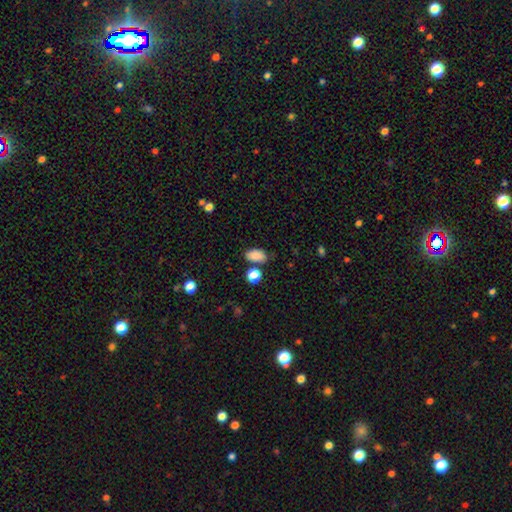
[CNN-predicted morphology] This is clearly a smooth galaxy (87%). How rounded: clearly in between (90%). Merging: likely none (76%).